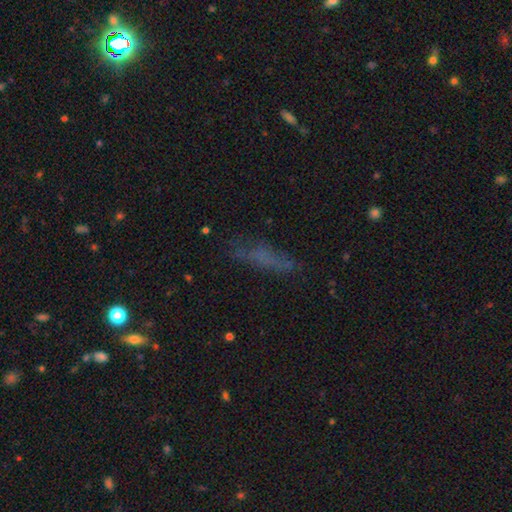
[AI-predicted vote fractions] Smooth or featured: smooth — 52% (featured or disk — 28%)
How rounded: cigar-shaped — 70% (in between — 26%)
Merging: none — 66% (minor disturbance — 20%)